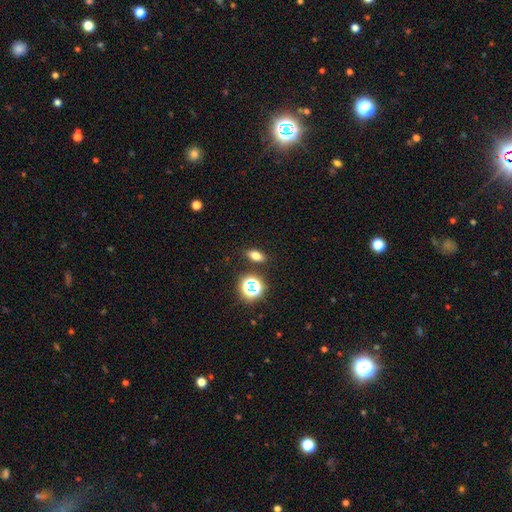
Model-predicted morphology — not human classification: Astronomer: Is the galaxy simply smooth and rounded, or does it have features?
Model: smooth — 71%.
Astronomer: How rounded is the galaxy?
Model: in between — 74%.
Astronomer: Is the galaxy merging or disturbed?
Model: none — 87%.